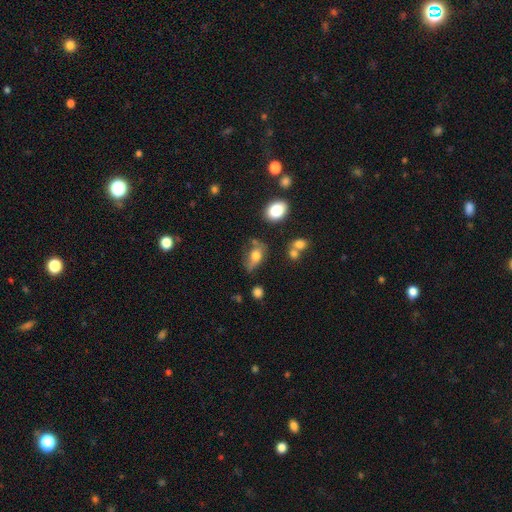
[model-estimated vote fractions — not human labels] This is likely a smooth galaxy (63%). How rounded: likely in between (79%). Merging: possibly none (46%).